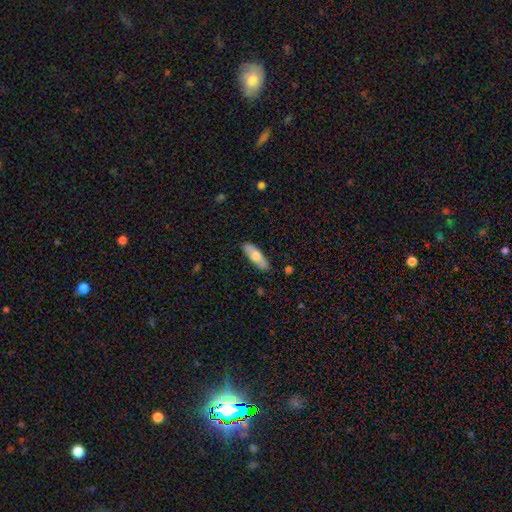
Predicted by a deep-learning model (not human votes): Q: Smooth or featured?
A: smooth (65%); runner-up: featured or disk (30%)
Q: How rounded?
A: in between (65%); runner-up: cigar-shaped (33%)
Q: Merging?
A: none (86%); runner-up: minor disturbance (11%)